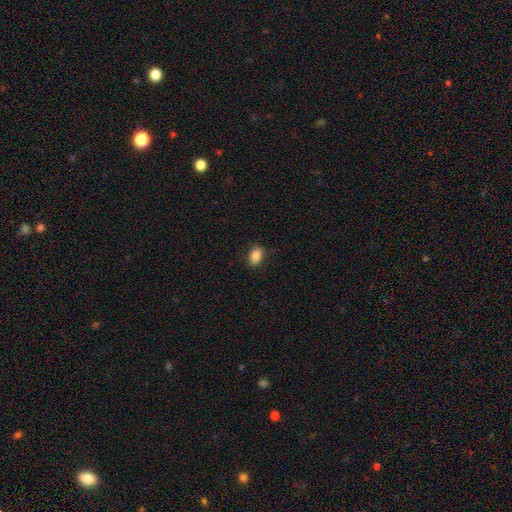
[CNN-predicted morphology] smooth-or-featured: smooth: 86% | star or artifact: 9% | featured or disk: 5%
  how-rounded: in between: 85% | round: 13% | cigar-shaped: 2%
  merging: none: 85% | minor disturbance: 11% | major disturbance: 3% | merger: 1%